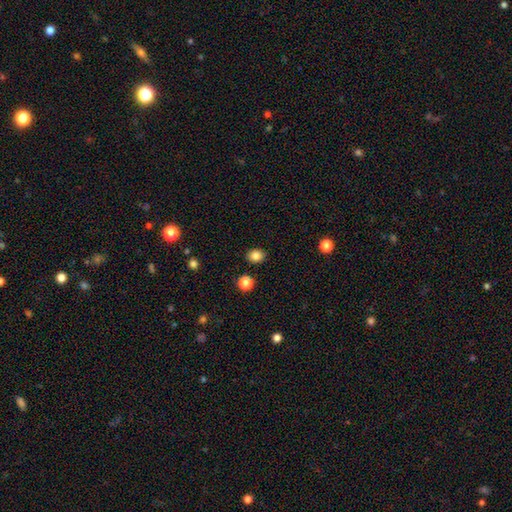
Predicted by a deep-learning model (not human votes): smooth_or_featured: smooth (p=0.84) [alt: star or artifact p=0.11]
how_rounded: round (p=0.54) [alt: in between p=0.45]
merging: none (p=0.88) [alt: minor disturbance p=0.08]